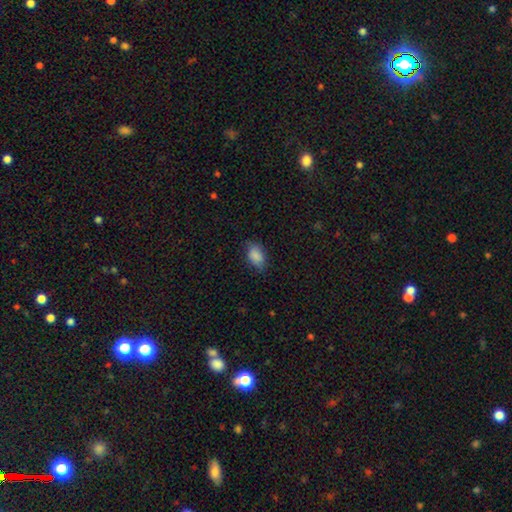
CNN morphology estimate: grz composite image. It shows a smooth galaxy with no disk features (87%) that is in between round and cigar-shaped (88%). Merging: none (73%).